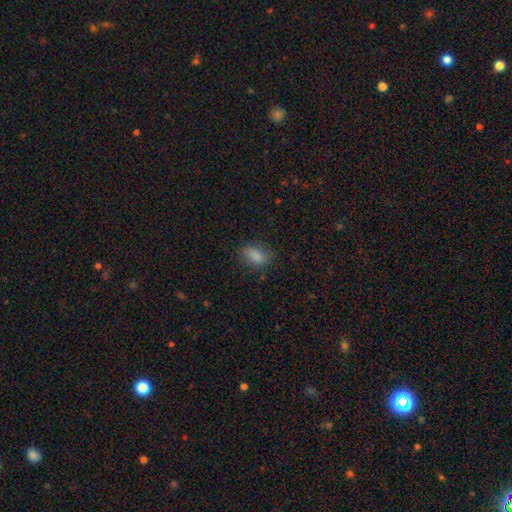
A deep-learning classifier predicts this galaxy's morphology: A smooth galaxy with no disk features (85%) that is in between round and cigar-shaped (88%).

Vote fractions:
- Smooth or featured? smooth: 85% / star or artifact: 9% / featured or disk: 6%
- How rounded? in between: 88% / round: 9% / cigar-shaped: 3%
- Merging? none: 76% / minor disturbance: 18% / major disturbance: 6% / merger: 1%